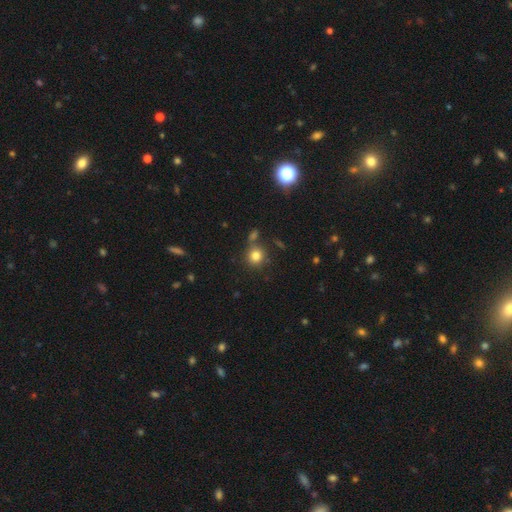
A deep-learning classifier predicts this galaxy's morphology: smooth_or_featured: smooth (p=0.79) [alt: star or artifact p=0.13]
how_rounded: round (p=0.88) [alt: in between p=0.11]
merging: none (p=0.72) [alt: merger p=0.13]